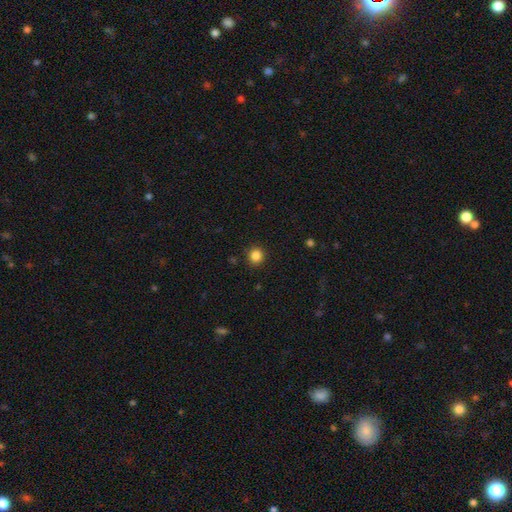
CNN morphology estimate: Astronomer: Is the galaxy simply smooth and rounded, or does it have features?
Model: smooth — 84%.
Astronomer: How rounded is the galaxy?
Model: round — 91%.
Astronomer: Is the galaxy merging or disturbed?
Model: none — 91%.